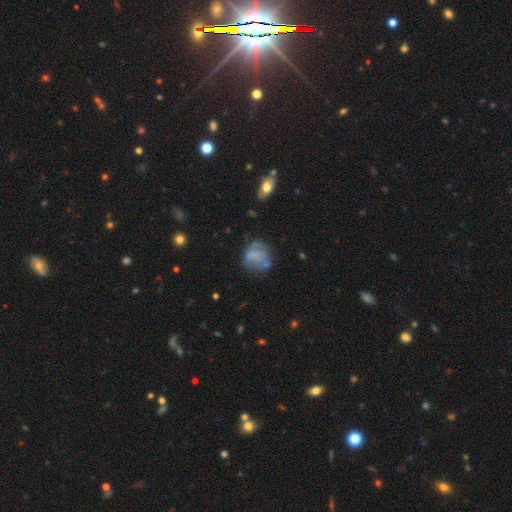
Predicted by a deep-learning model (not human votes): Smooth or featured? smooth (53%)
How rounded? round (73%)
Merging? none (51%)